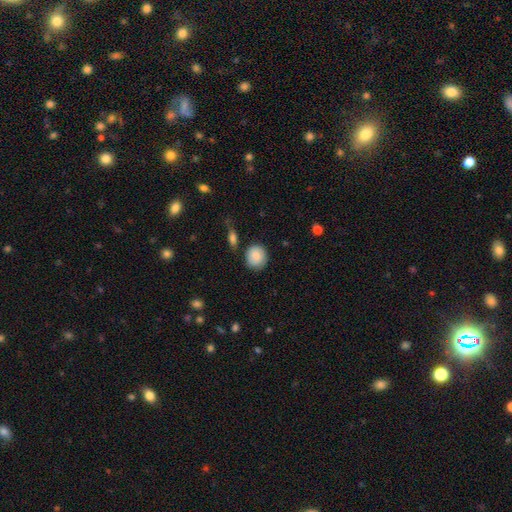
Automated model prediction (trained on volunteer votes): The model was most divided on "merging": none: 79%, minor disturbance: 14%, major disturbance: 3%, merger: 3%. More confident: smooth or featured — smooth (82%); how rounded — round (82%).